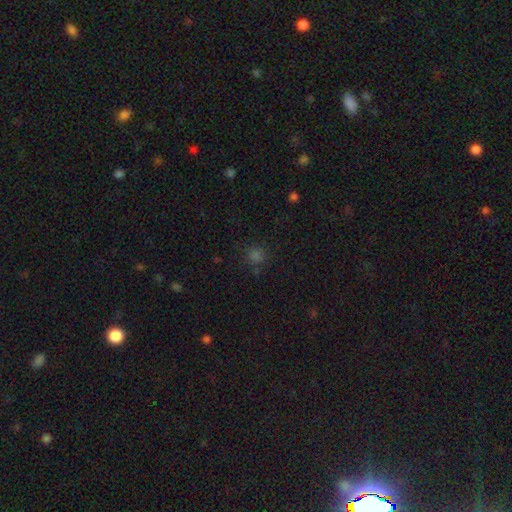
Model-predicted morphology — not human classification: The model was most divided on "smooth or featured": smooth: 67%, star or artifact: 29%, featured or disk: 5%. More confident: how rounded — round (91%); merging — none (83%).